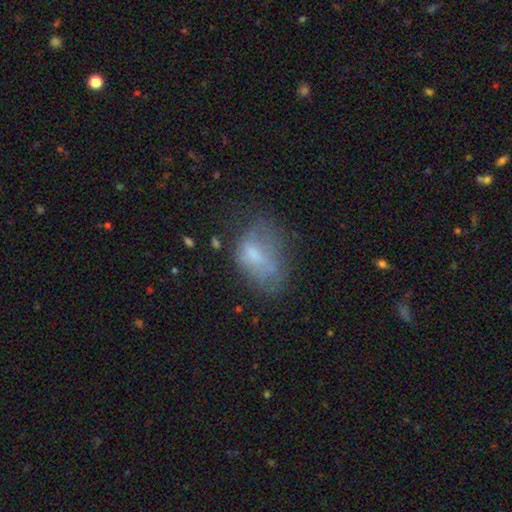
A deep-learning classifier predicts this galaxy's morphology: Q: Smooth or featured?
A: smooth (55%); runner-up: featured or disk (33%)
Q: How rounded?
A: in between (85%); runner-up: round (13%)
Q: Merging?
A: none (35%); runner-up: major disturbance (30%)